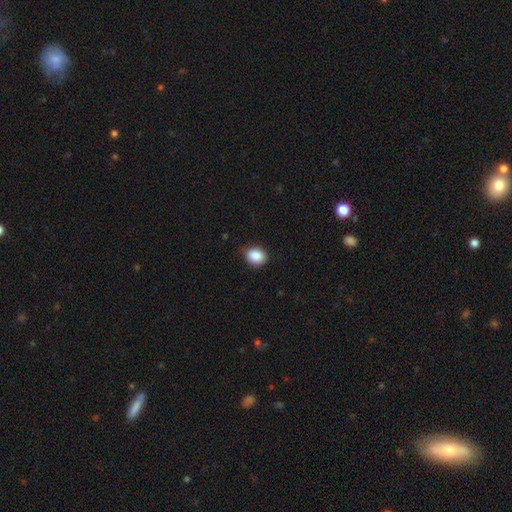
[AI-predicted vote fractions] A smooth galaxy with no disk features (88%) that is round (52%).

Vote fractions:
- Smooth or featured? smooth: 88% / star or artifact: 8% / featured or disk: 4%
- How rounded? round: 52% / in between: 47% / cigar-shaped: 1%
- Merging? none: 82% / minor disturbance: 15% / major disturbance: 3% / merger: 1%